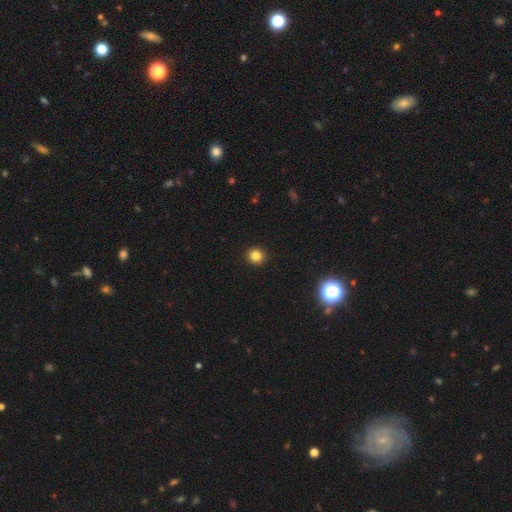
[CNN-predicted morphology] type=smooth (82%); roundness=round (91%); merging=none (93%).